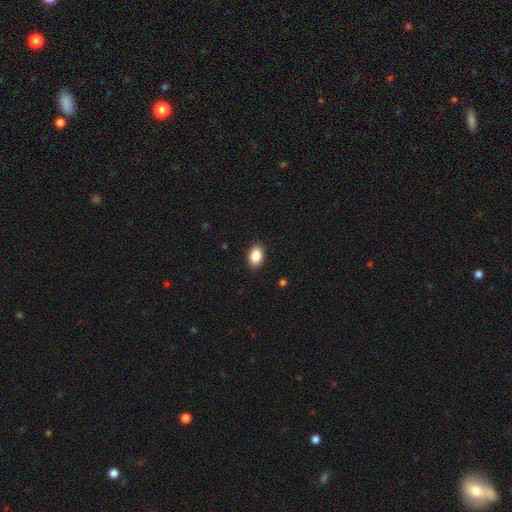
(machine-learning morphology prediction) This appears to be a smooth galaxy with no disk features (87%) that is in between round and cigar-shaped (83%). Merging: none (90%).